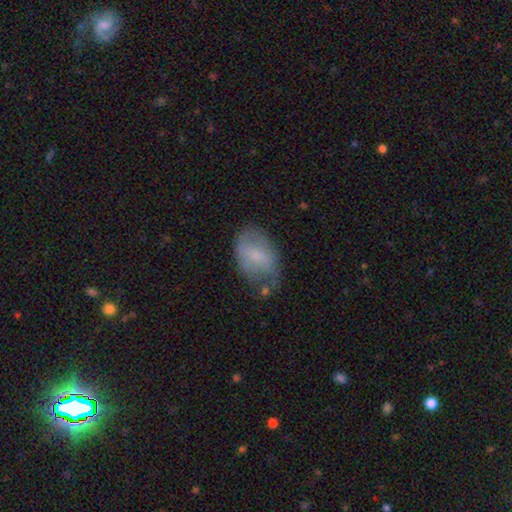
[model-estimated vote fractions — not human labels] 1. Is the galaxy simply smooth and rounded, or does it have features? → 58% smooth, 34% featured or disk, 8% star or artifact.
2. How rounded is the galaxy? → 87% in between, 11% round, 2% cigar-shaped.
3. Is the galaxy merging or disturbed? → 48% none, 33% minor disturbance, 14% major disturbance, 5% merger.